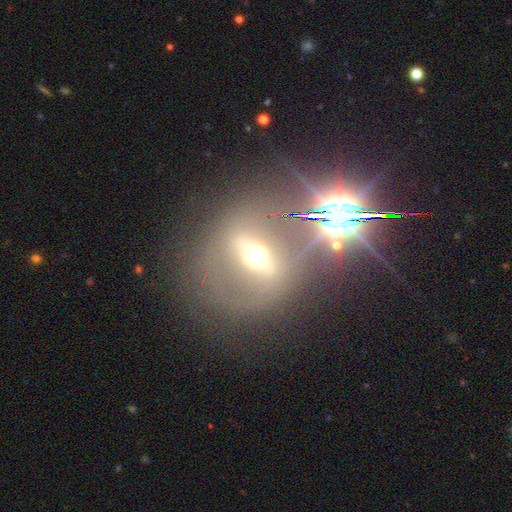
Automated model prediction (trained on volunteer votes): The model was most divided on "smooth or featured": featured or disk: 60%, star or artifact: 25%, smooth: 15%. More confident: edge-on disk — no (73%); merging — none (70%).